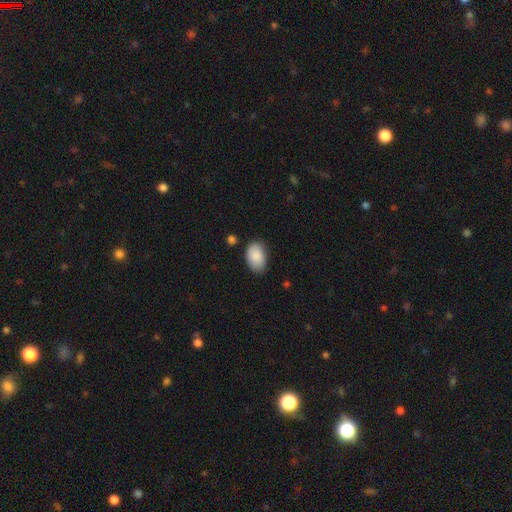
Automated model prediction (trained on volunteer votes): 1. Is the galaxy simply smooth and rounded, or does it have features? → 88% smooth, 6% star or artifact, 6% featured or disk.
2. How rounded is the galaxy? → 90% in between, 9% round, 1% cigar-shaped.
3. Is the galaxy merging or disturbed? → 75% none, 19% minor disturbance, 3% major disturbance, 2% merger.